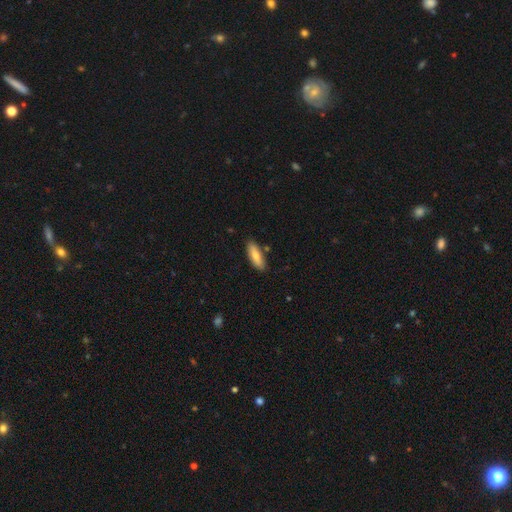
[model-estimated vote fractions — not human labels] Q: Smooth or featured?
A: smooth (76%); runner-up: featured or disk (18%)
Q: How rounded?
A: in between (57%); runner-up: cigar-shaped (41%)
Q: Merging?
A: none (83%); runner-up: minor disturbance (12%)